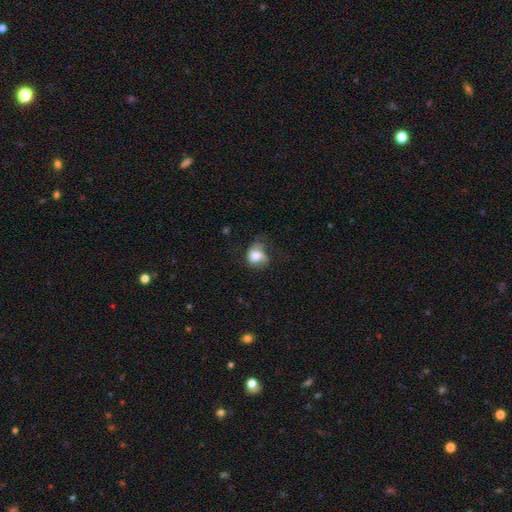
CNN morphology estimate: This appears to be a smooth galaxy with no disk features (66%) that is round (57%). Merging: none (40%).